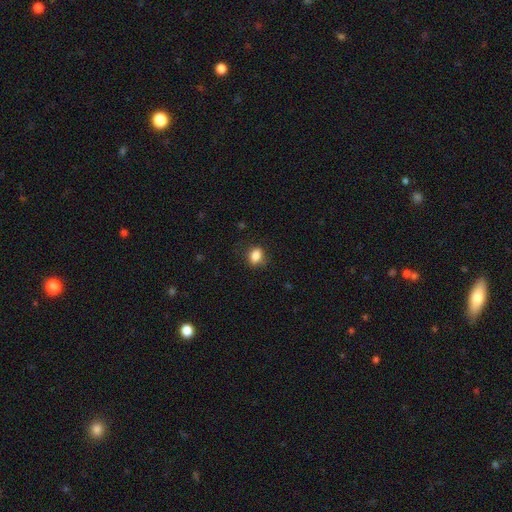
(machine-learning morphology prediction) smooth-or-featured: smooth: 86% | star or artifact: 9% | featured or disk: 5%
  how-rounded: in between: 66% | round: 33% | cigar-shaped: 2%
  merging: none: 81% | minor disturbance: 14% | major disturbance: 3% | merger: 1%